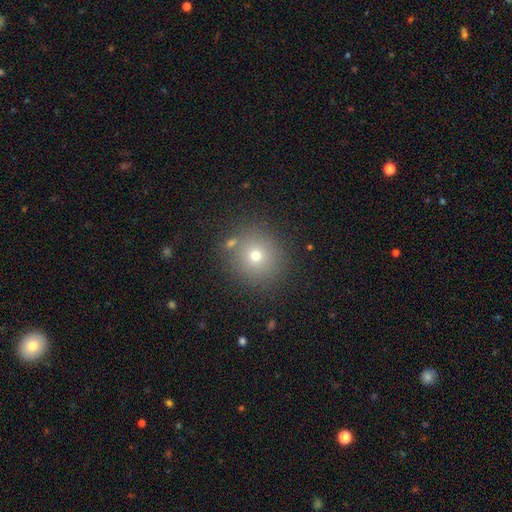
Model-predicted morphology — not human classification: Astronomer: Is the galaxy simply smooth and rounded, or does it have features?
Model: smooth — 68%.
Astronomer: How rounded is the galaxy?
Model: round — 90%.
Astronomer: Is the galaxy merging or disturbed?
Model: none — 83%.